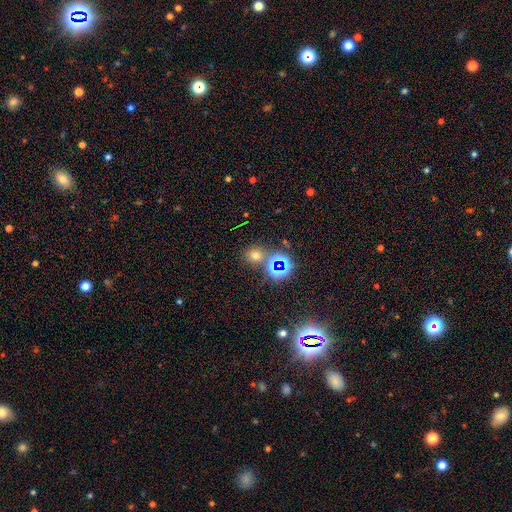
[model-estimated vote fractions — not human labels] Smooth or featured? Predicted: smooth (p=0.57). How rounded? Predicted: round (p=0.79). Merging? Predicted: none (p=0.74).